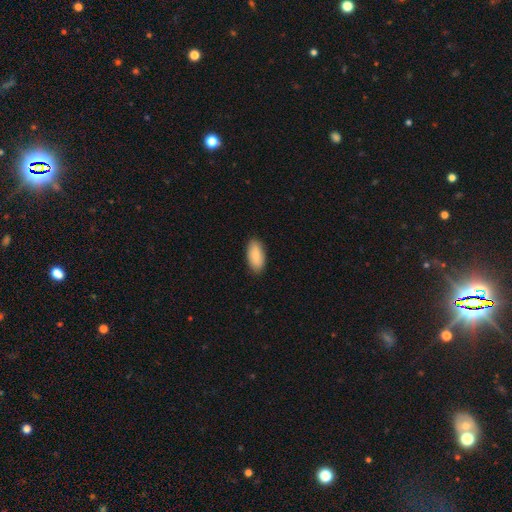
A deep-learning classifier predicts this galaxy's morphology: smooth_or_featured: smooth (p=0.87) [alt: featured or disk p=0.08]
how_rounded: in between (p=0.91) [alt: cigar-shaped p=0.07]
merging: none (p=0.88) [alt: minor disturbance p=0.09]